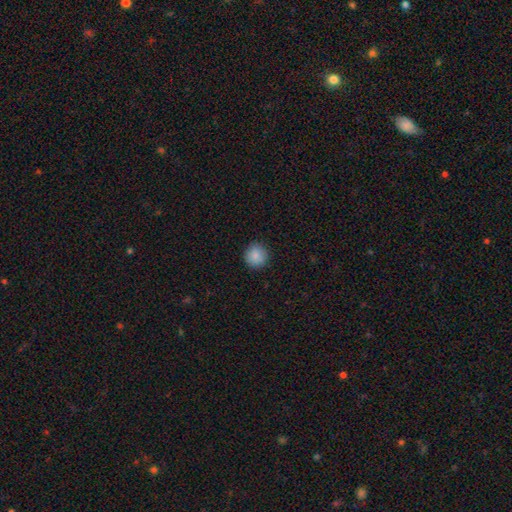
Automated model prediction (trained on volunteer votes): Smooth or featured?
  - smooth: 87% *
  - star or artifact: 9%
  - featured or disk: 4%
How rounded?
  - round: 94% *
  - in between: 5%
  - cigar-shaped: 1%
Merging?
  - none: 91% *
  - minor disturbance: 6%
  - major disturbance: 2%
  - merger: 1%